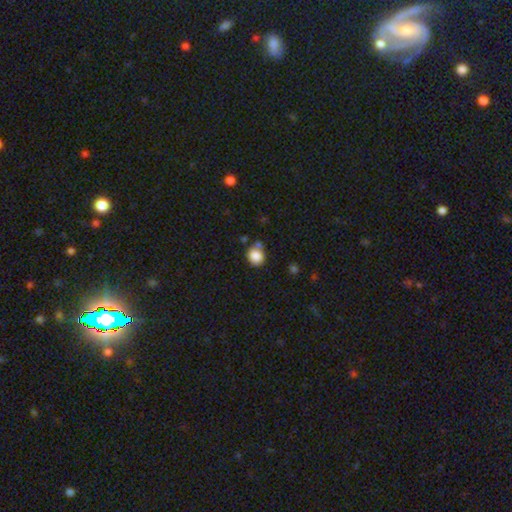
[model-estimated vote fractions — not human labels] smooth_or_featured: smooth (p=0.86) [alt: star or artifact p=0.09]
how_rounded: round (p=0.78) [alt: in between p=0.21]
merging: none (p=0.67) [alt: minor disturbance p=0.16]